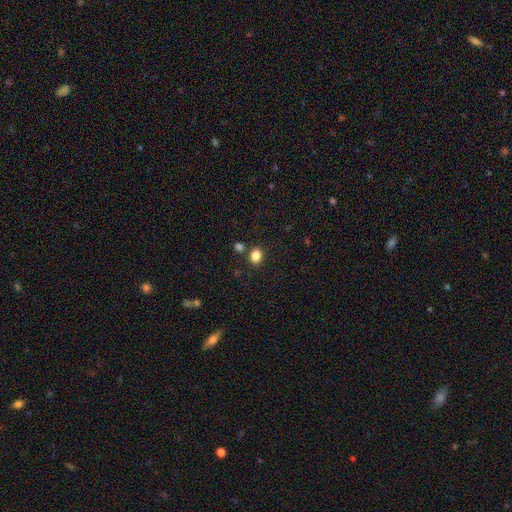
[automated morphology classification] Smooth or featured: smooth — 85% (star or artifact — 11%)
How rounded: in between — 53% (round — 46%)
Merging: none — 77% (minor disturbance — 10%)